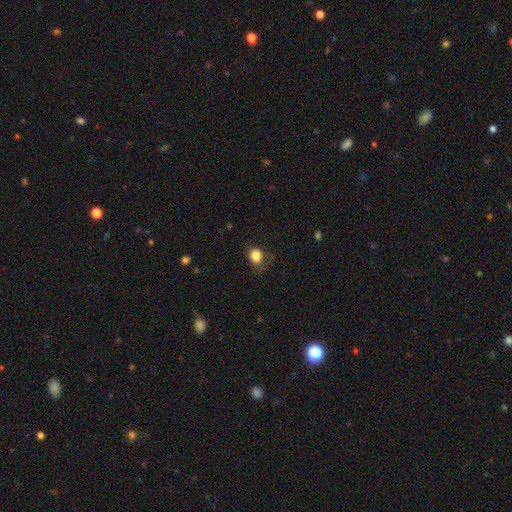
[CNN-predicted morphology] smooth-or-featured: smooth: 86% | star or artifact: 10% | featured or disk: 5%
  how-rounded: round: 50% | in between: 49% | cigar-shaped: 1%
  merging: none: 63% | minor disturbance: 25% | major disturbance: 10% | merger: 2%